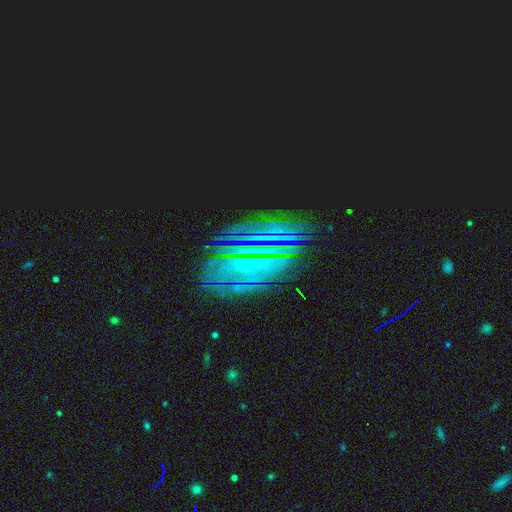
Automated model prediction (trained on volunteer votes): smooth_or_featured: featured or disk (p=0.41) [alt: star or artifact p=0.39]
merging: none (p=0.79) [alt: minor disturbance p=0.13]